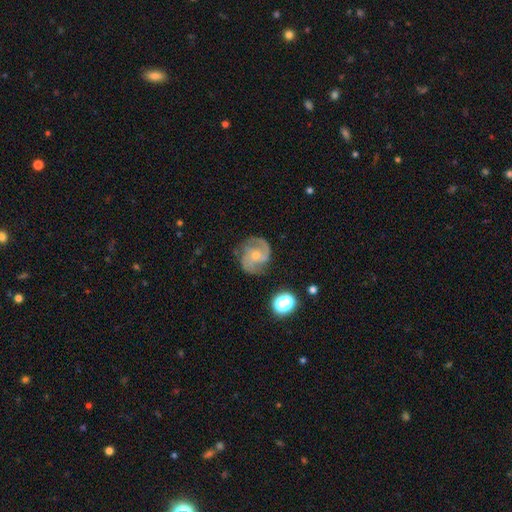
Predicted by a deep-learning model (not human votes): Q: Smooth or featured?
A: featured or disk (84%); runner-up: smooth (10%)
Q: Edge-on disk?
A: no (98%); runner-up: yes (2%)
Q: Bar?
A: no (62%); runner-up: weak (32%)
Q: Spiral arms?
A: yes (96%); runner-up: no (4%)
Q: Spiral winding?
A: medium (54%); runner-up: tight (29%)
Q: Spiral arm count?
A: 2 (67%); runner-up: 3 (17%)
Q: Bulge size?
A: small (60%); runner-up: moderate (35%)
Q: Merging?
A: none (71%); runner-up: minor disturbance (19%)